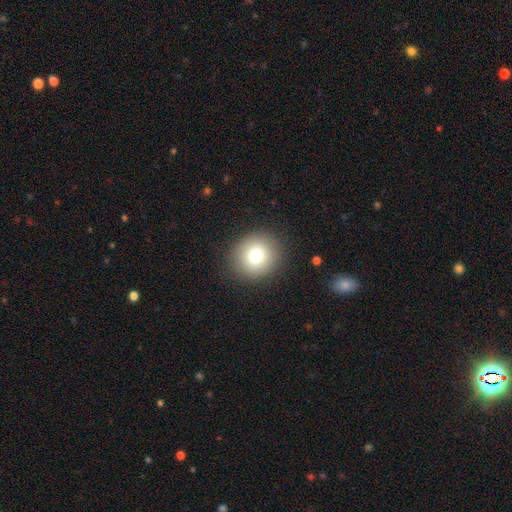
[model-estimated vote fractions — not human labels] Smooth or featured? smooth (77%)
How rounded? round (89%)
Merging? none (90%)